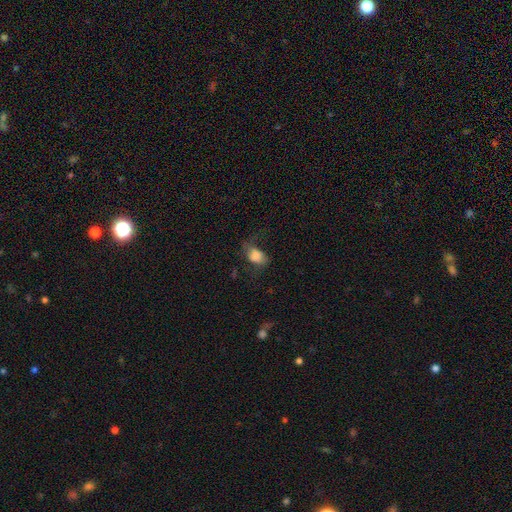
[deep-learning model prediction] smooth_or_featured: smooth (p=0.72) [alt: featured or disk p=0.17]
how_rounded: in between (p=0.84) [alt: round p=0.14]
merging: major disturbance (p=0.40) [alt: none p=0.32]